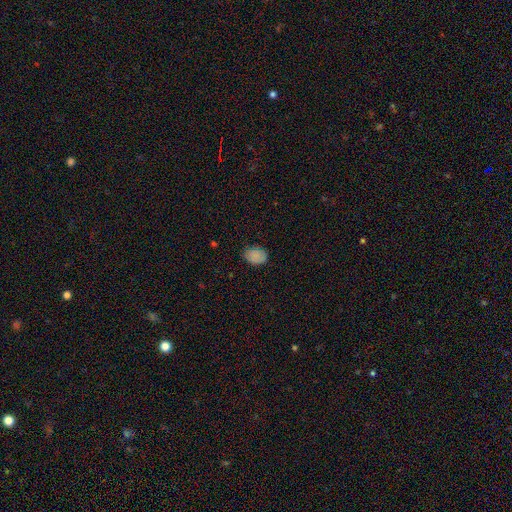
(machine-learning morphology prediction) A smooth galaxy with no disk features (84%) that is in between round and cigar-shaped (71%).

Vote fractions:
- Smooth or featured? smooth: 84% / star or artifact: 11% / featured or disk: 5%
- How rounded? in between: 71% / round: 28% / cigar-shaped: 1%
- Merging? none: 80% / minor disturbance: 16% / major disturbance: 3% / merger: 1%